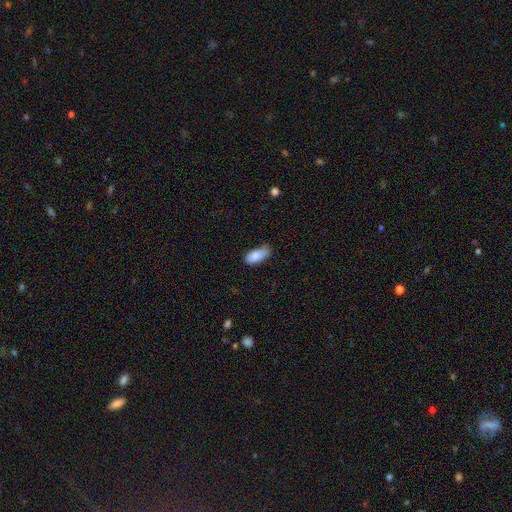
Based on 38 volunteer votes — This appears to be a smooth galaxy with no disk features (89%) that is in between round and cigar-shaped (85%). Merging: minor disturbance (54%).